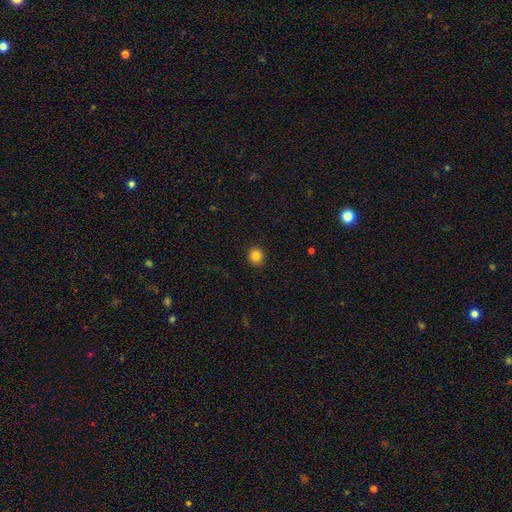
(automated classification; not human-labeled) smooth 84%, star or artifact 11%, featured or disk 5%. Down the decision tree: how rounded — round (87%); merging — none (91%).